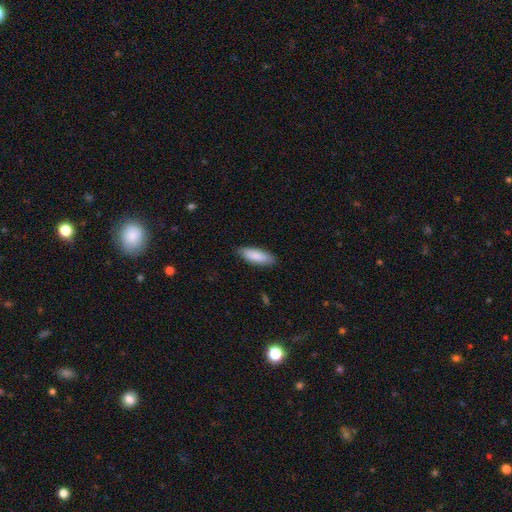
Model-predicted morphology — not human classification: Smooth or featured? Predicted: smooth (p=0.87). How rounded? Predicted: in between (p=0.65). Merging? Predicted: none (p=0.85).